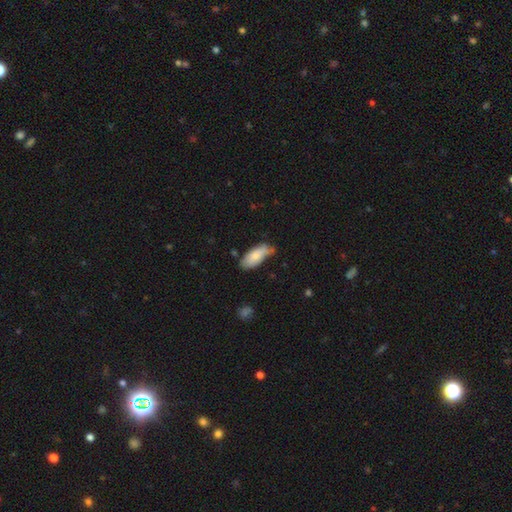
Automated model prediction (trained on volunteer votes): Overall: smooth (80%). How rounded: in between (85%). Merging: none (64%; minor disturbance 26%).